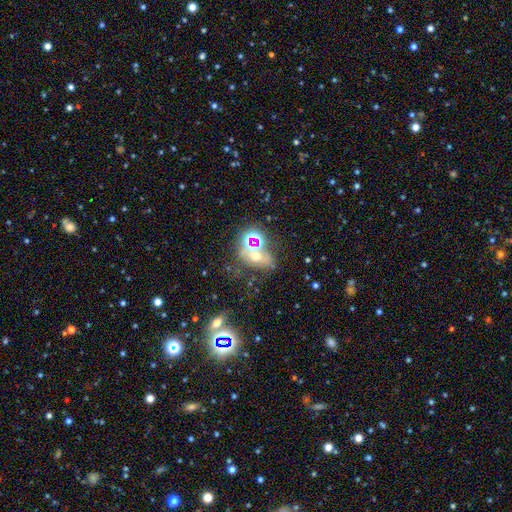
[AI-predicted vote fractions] This is marginally a smooth galaxy (39%, tied with star or artifact). Merging: possibly none (46%).